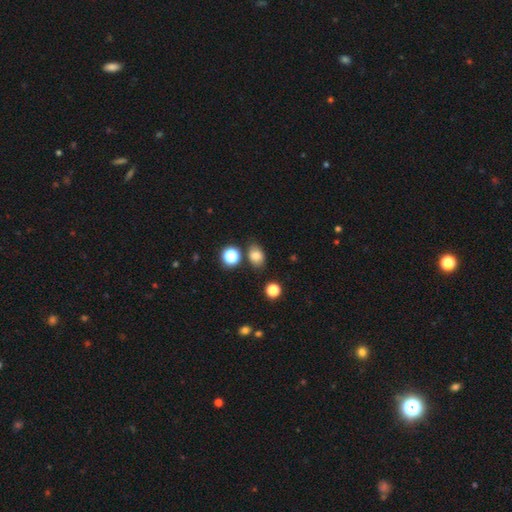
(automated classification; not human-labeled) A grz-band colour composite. It shows a smooth galaxy with no disk features (78%) that is in between round and cigar-shaped (69%). Merging: none (76%).